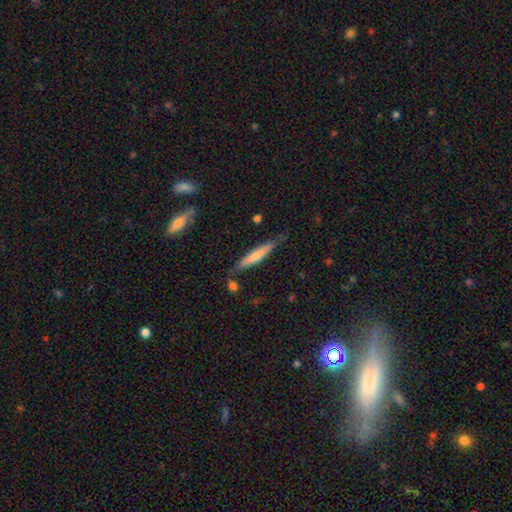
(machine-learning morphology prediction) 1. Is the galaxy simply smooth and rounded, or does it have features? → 58% smooth, 36% featured or disk, 6% star or artifact.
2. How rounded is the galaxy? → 91% cigar-shaped, 8% in between, 1% round.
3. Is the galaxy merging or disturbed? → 75% none, 17% minor disturbance, 4% merger, 4% major disturbance.